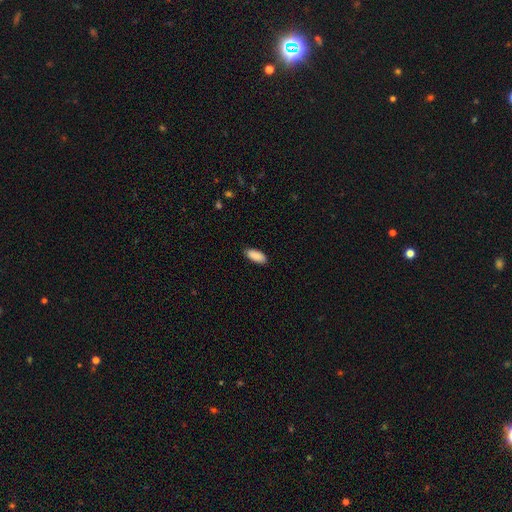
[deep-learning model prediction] Smooth or featured: smooth — 90% (star or artifact — 6%)
How rounded: in between — 87% (cigar-shaped — 12%)
Merging: none — 87% (minor disturbance — 10%)